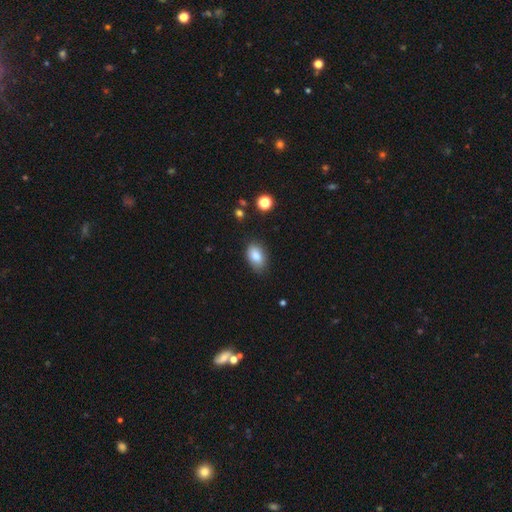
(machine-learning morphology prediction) The model was most divided on "merging": none: 76%, minor disturbance: 19%, major disturbance: 3%, merger: 2%. More confident: how rounded — in between (89%); smooth or featured — smooth (84%).